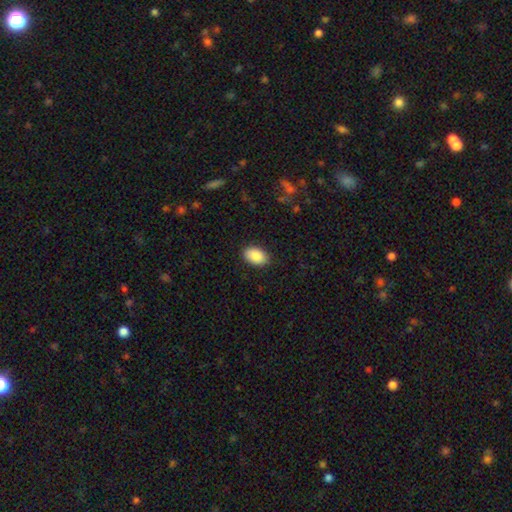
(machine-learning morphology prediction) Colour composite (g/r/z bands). It shows a smooth galaxy with no disk features (89%) that is in between round and cigar-shaped (92%). Merging: none (88%).